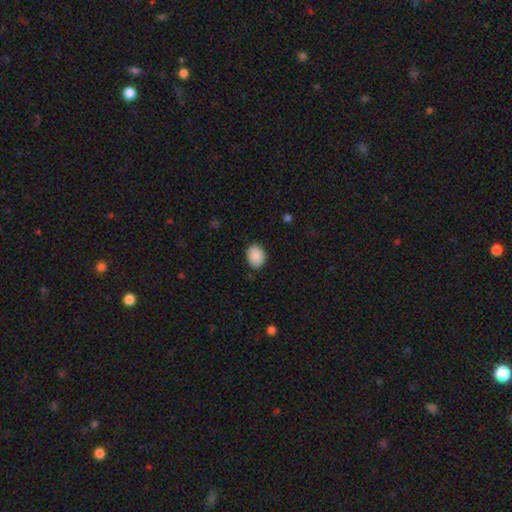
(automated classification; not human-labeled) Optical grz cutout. It shows a smooth galaxy with no disk features (90%) that is in between round and cigar-shaped (55%). Merging: none (86%).